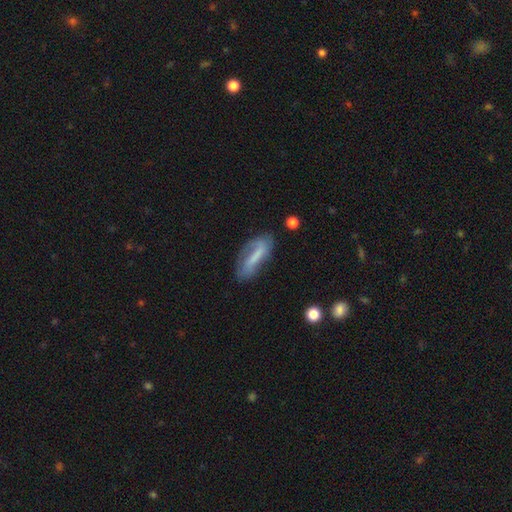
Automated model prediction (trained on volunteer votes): Morphology: type=smooth (49%); merging=none (60%).